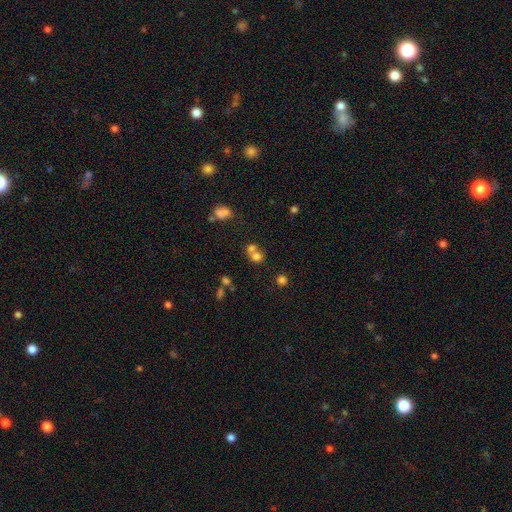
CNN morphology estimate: smooth-or-featured: smooth: 71% | star or artifact: 16% | featured or disk: 14%
  how-rounded: round: 75% | in between: 24% | cigar-shaped: 1%
  merging: merger: 54% | none: 35% | minor disturbance: 7% | major disturbance: 4%